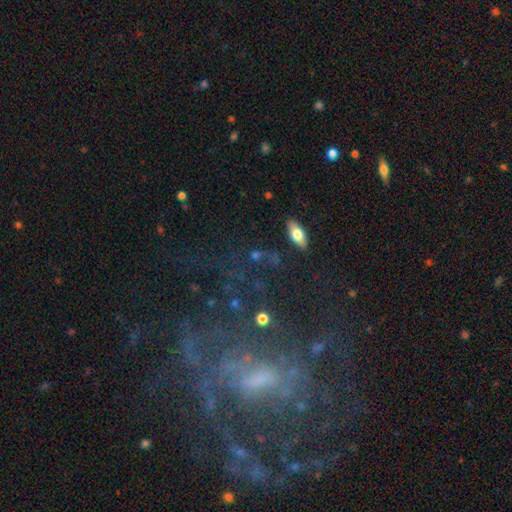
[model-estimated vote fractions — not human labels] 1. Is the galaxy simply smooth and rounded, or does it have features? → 52% smooth, 30% featured or disk, 18% star or artifact.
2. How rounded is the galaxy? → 62% in between, 21% round, 18% cigar-shaped.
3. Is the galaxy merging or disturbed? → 79% none, 12% minor disturbance, 6% major disturbance, 4% merger.